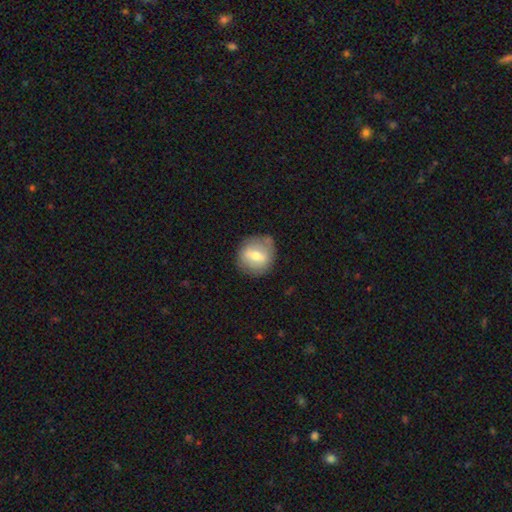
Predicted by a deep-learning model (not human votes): This is possibly a smooth galaxy (56%). How rounded: clearly round (82%). Merging: likely none (74%).